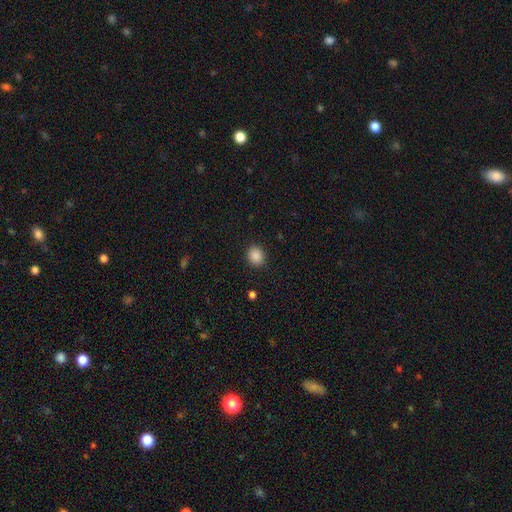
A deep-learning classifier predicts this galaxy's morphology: Smooth or featured? Predicted: smooth (p=0.88). How rounded? Predicted: round (p=0.74). Merging? Predicted: none (p=0.90).